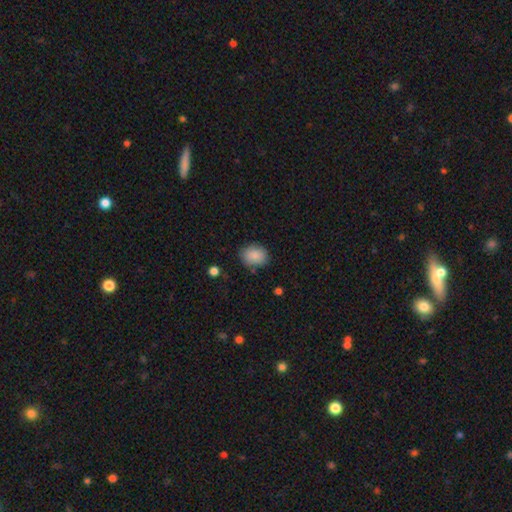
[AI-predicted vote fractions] A smooth galaxy with no disk features (88%) that is in between round and cigar-shaped (61%). Merging: none (81%).